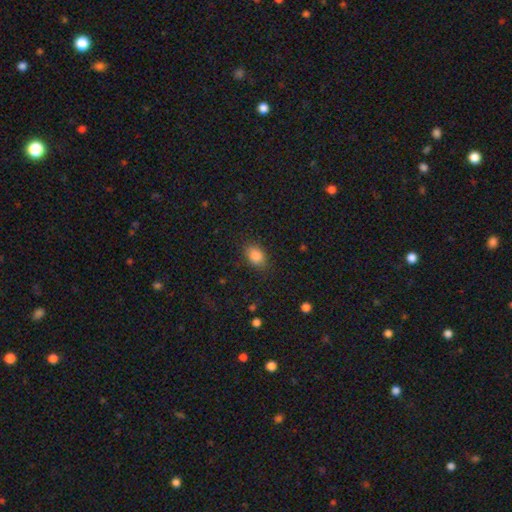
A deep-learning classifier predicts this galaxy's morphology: Smooth or featured?
  - smooth: 86% *
  - star or artifact: 9%
  - featured or disk: 5%
How rounded?
  - in between: 80% *
  - round: 19%
  - cigar-shaped: 1%
Merging?
  - none: 84% *
  - minor disturbance: 12%
  - major disturbance: 4%
  - merger: 1%